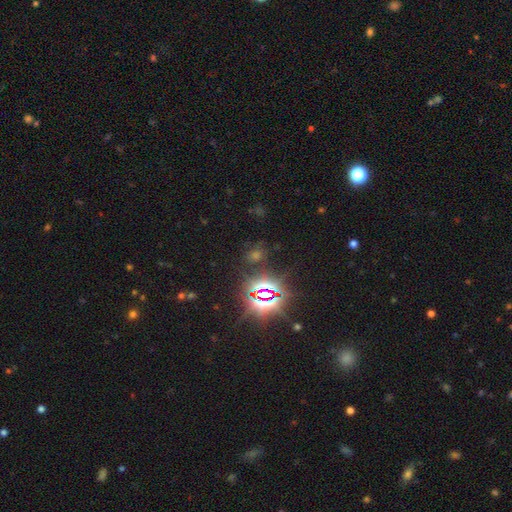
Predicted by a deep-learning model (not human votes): smooth-or-featured: star or artifact: 72% | smooth: 20% | featured or disk: 8%